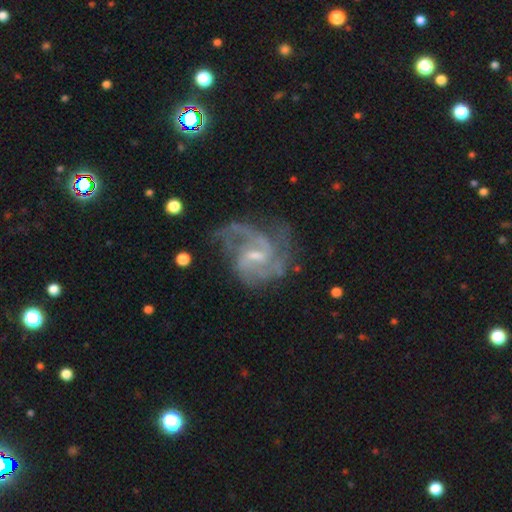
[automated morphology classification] Smooth or featured: featured or disk — 86% (smooth — 7%)
Edge-on disk: no — 98% (yes — 2%)
Bar: weak — 63% (no — 21%)
Spiral arms: yes — 94% (no — 6%)
Spiral winding: medium — 51% (loose — 27%)
Spiral arm count: 2 — 46% (can't tell — 20%)
Bulge size: small — 52% (moderate — 35%)
Merging: none — 49% (major disturbance — 26%)